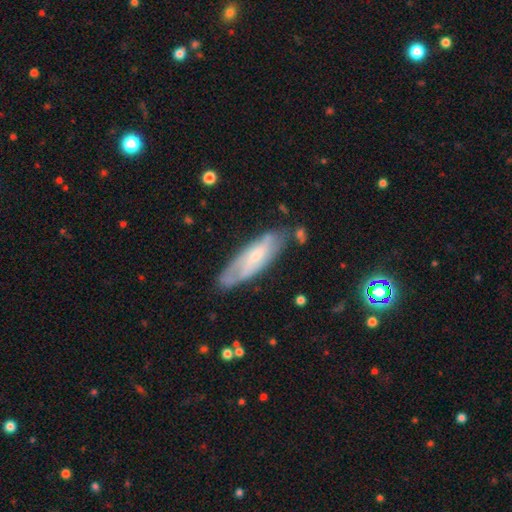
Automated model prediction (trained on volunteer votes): Q: Smooth or featured?
A: featured or disk (57%); runner-up: smooth (36%)
Q: Edge-on disk?
A: no (67%); runner-up: yes (33%)
Q: Merging?
A: none (71%); runner-up: minor disturbance (20%)